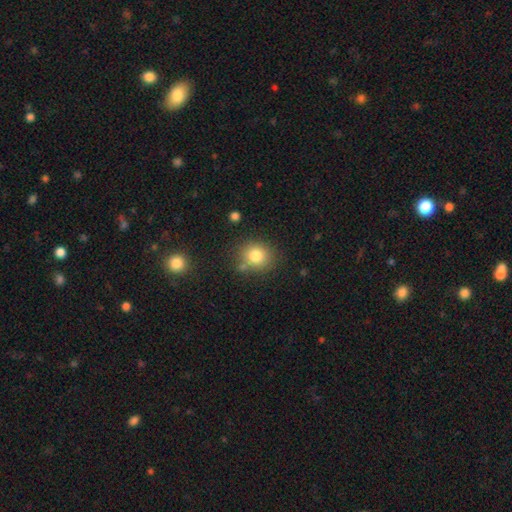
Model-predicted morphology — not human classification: type=smooth (81%); roundness=round (78%); merging=none (74%).